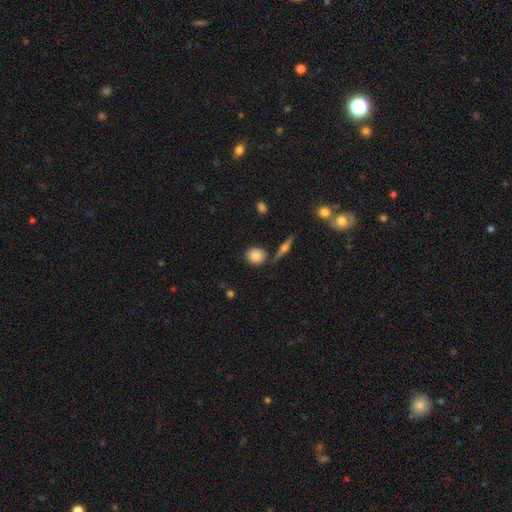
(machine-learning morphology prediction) Smooth or featured? smooth (83%)
How rounded? round (77%)
Merging? none (78%)